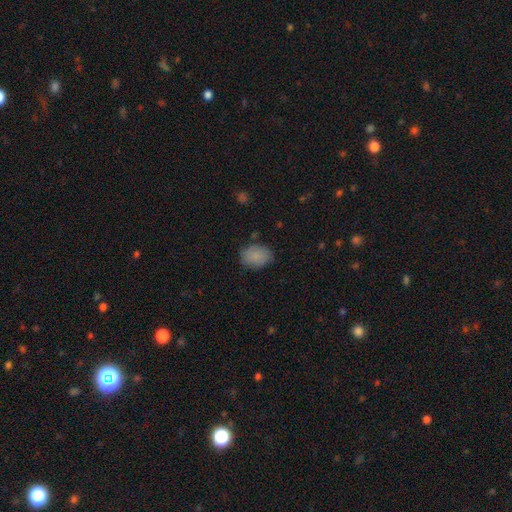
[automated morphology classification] smooth-or-featured: smooth: 84% | featured or disk: 8% | star or artifact: 8%
  how-rounded: in between: 66% | round: 33% | cigar-shaped: 1%
  merging: none: 78% | minor disturbance: 17% | major disturbance: 4% | merger: 1%